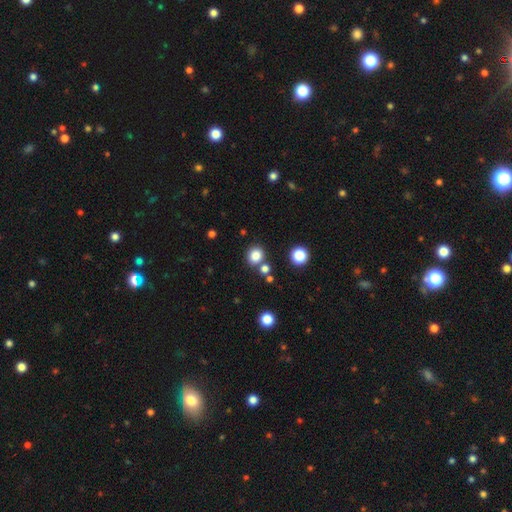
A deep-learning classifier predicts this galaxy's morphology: Smooth or featured?
  - smooth: 82% *
  - star or artifact: 13%
  - featured or disk: 5%
How rounded?
  - round: 78% *
  - in between: 21%
  - cigar-shaped: 1%
Merging?
  - none: 76% *
  - merger: 12%
  - minor disturbance: 9%
  - major disturbance: 3%